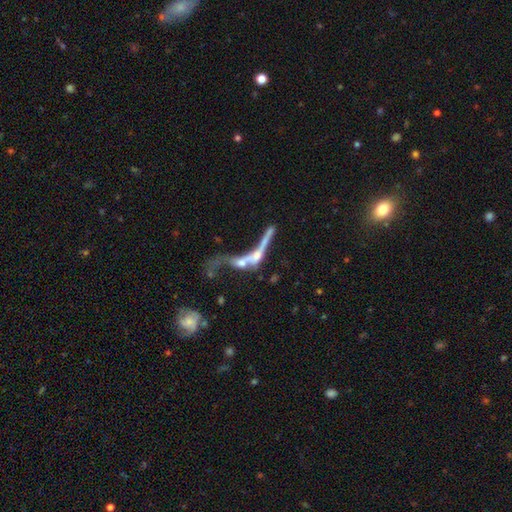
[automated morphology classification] smooth_or_featured: featured or disk (p=0.61) [alt: smooth p=0.22]
disk_edge_on: no (p=0.63) [alt: yes p=0.37]
merging: merger (p=0.56) [alt: major disturbance p=0.22]